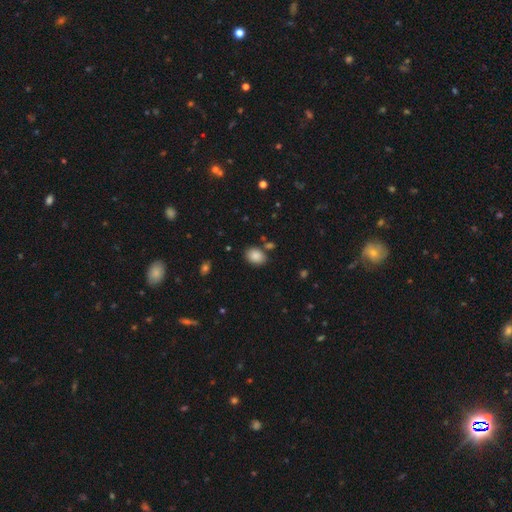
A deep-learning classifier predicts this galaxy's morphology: Smooth or featured? smooth (87%)
How rounded? in between (69%)
Merging? none (79%)